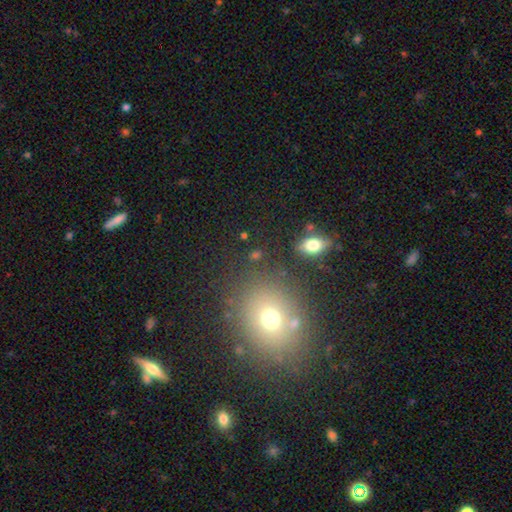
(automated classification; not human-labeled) A smooth galaxy with no disk features (63%) that is round (51%).

Vote fractions:
- Smooth or featured? smooth: 63% / star or artifact: 24% / featured or disk: 14%
- How rounded? round: 51% / in between: 45% / cigar-shaped: 4%
- Merging? none: 75% / minor disturbance: 12% / merger: 7% / major disturbance: 6%